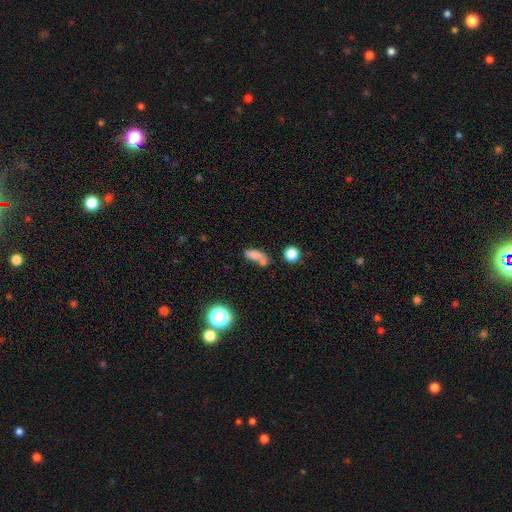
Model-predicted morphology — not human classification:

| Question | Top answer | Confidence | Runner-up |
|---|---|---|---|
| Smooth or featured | smooth | 73% | star or artifact (14%) |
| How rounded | in between | 69% | cigar-shaped (22%) |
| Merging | none | 41% | merger (34%) |